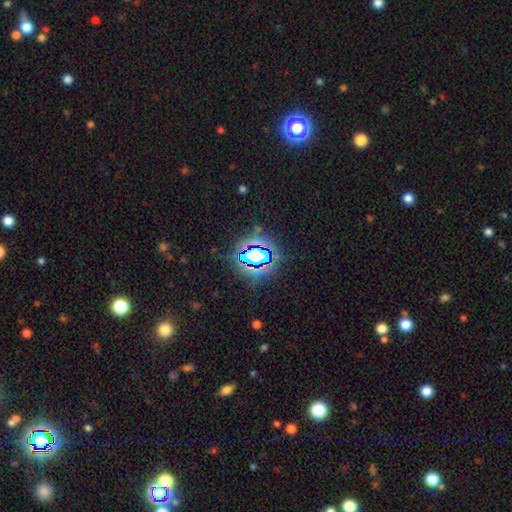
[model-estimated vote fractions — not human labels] star or artifact 69%, smooth 19%, featured or disk 12%.